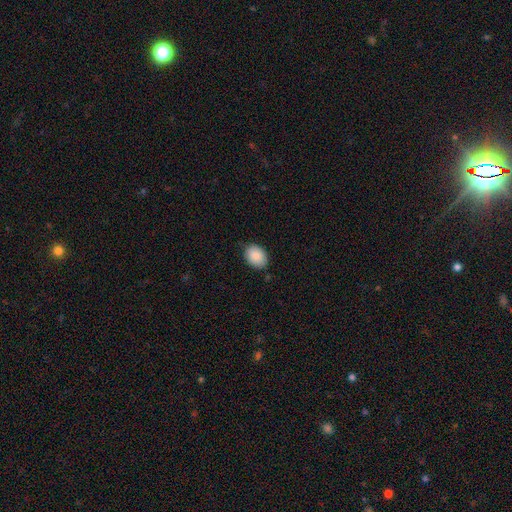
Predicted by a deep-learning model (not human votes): This appears to be a smooth galaxy with no disk features (89%) that is in between round and cigar-shaped (73%). Merging: none (81%).